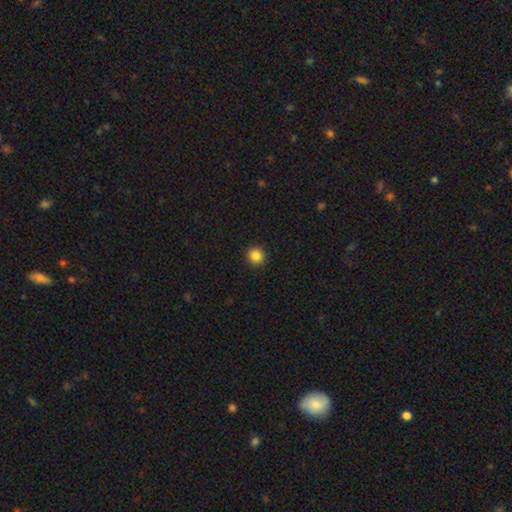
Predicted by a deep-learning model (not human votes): The model was most divided on "smooth or featured": smooth: 86%, star or artifact: 11%, featured or disk: 3%. More confident: merging — none (93%); how rounded — round (92%).